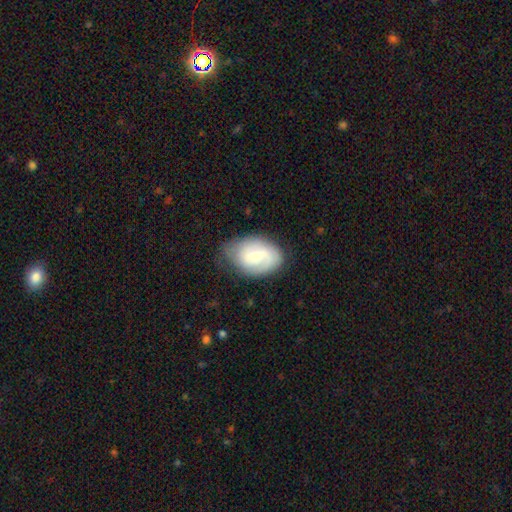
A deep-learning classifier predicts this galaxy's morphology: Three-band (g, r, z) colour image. It shows a featured or disk galaxy (48%). Merging: none (62%).